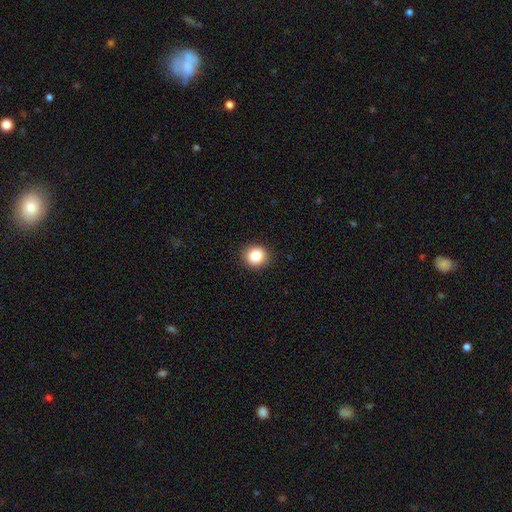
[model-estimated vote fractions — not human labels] Smooth or featured? smooth (86%)
How rounded? round (82%)
Merging? none (90%)